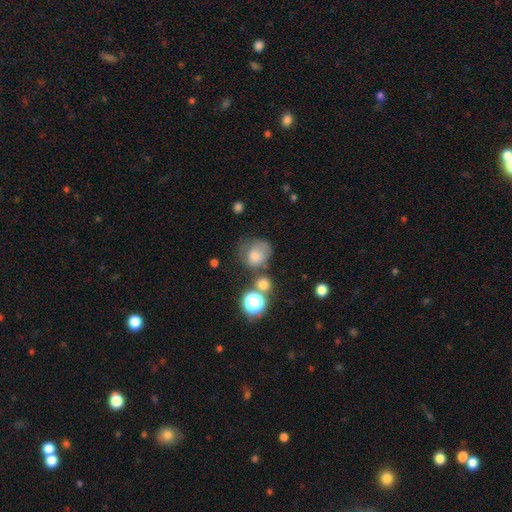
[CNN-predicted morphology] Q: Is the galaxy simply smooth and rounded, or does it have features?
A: smooth — 70%.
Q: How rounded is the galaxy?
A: round — 72%.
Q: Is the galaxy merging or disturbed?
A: none — 42%.